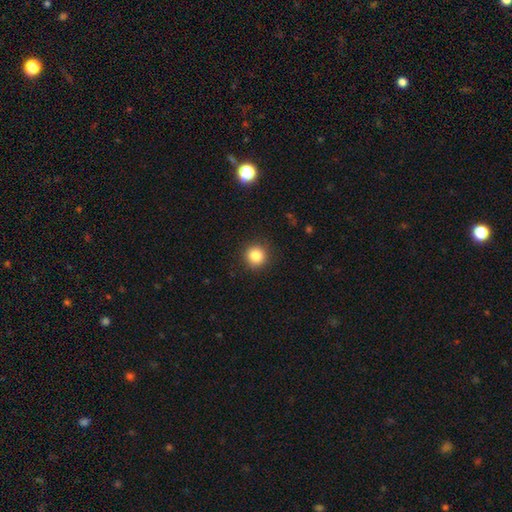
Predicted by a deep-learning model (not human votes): Smooth or featured? Predicted: smooth (p=0.85). How rounded? Predicted: round (p=0.94). Merging? Predicted: none (p=0.91).